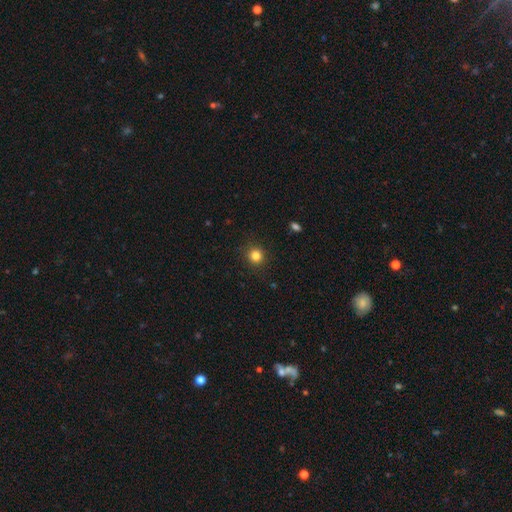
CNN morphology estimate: The model was most divided on "smooth or featured": smooth: 83%, star or artifact: 13%, featured or disk: 5%. More confident: how rounded — round (93%); merging — none (91%).